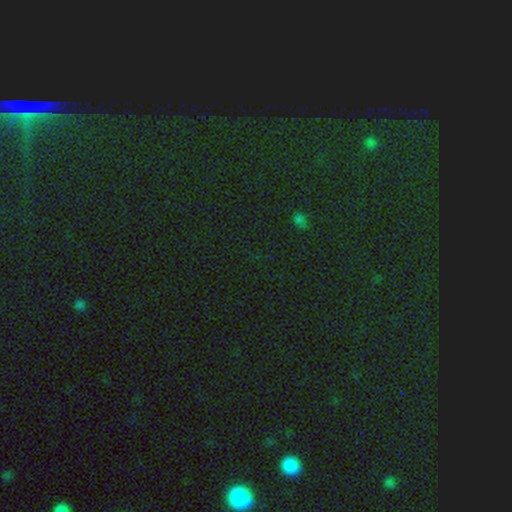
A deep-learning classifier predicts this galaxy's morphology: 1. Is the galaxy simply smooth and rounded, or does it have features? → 78% star or artifact, 14% smooth, 8% featured or disk.